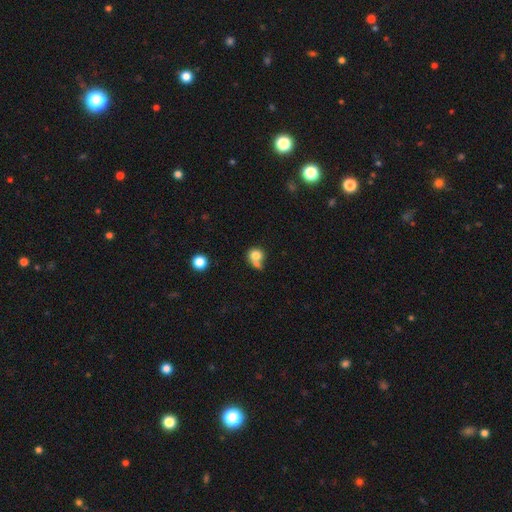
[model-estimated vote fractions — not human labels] The model was most divided on "merging": merger: 41%, none: 38%, minor disturbance: 13%, major disturbance: 8%. More confident: how rounded — round (80%); smooth or featured — smooth (78%).